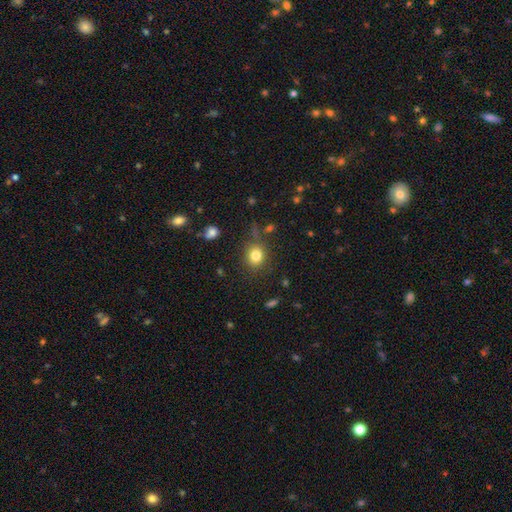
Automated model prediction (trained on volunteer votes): Overall: smooth (81%). How rounded: round (76%). Merging: none (79%).